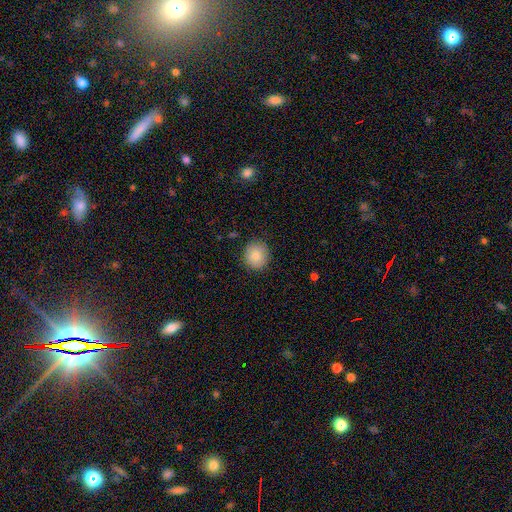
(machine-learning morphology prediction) Q: Smooth or featured?
A: smooth (84%); runner-up: star or artifact (8%)
Q: How rounded?
A: round (83%); runner-up: in between (17%)
Q: Merging?
A: none (87%); runner-up: minor disturbance (10%)